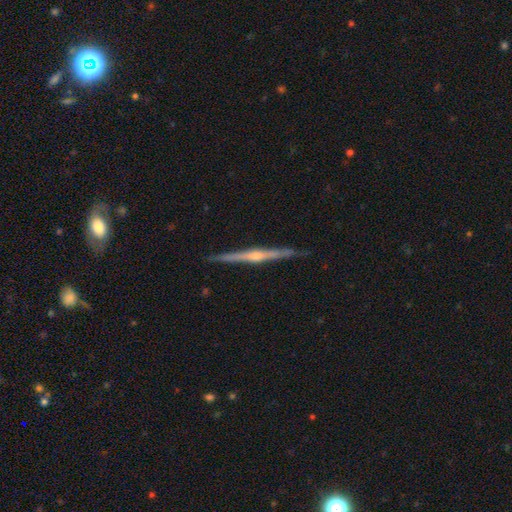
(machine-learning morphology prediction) Smooth or featured? featured or disk (85%)
Edge-on disk? yes (99%)
Edge-on bulge? rounded (83%)
Merging? none (91%)